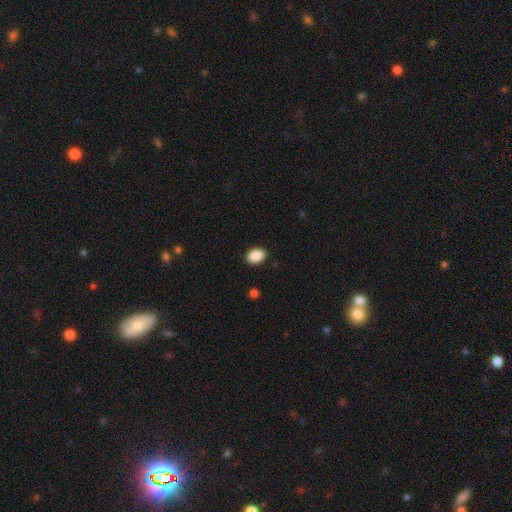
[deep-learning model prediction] Overall: smooth (90%). How rounded: in between (80%). Merging: none (89%).